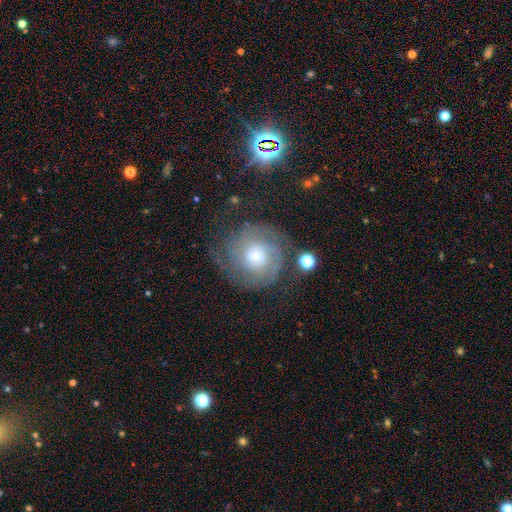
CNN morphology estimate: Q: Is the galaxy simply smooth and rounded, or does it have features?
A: featured or disk — 79%.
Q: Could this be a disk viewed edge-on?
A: no — 98%.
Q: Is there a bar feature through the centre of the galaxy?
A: no — 73%.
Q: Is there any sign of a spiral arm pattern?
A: yes — 95%.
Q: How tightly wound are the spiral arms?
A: tight — 68%.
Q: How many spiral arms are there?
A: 2 — 44%.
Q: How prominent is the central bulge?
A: small — 42%.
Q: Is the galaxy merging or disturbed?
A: none — 75%.